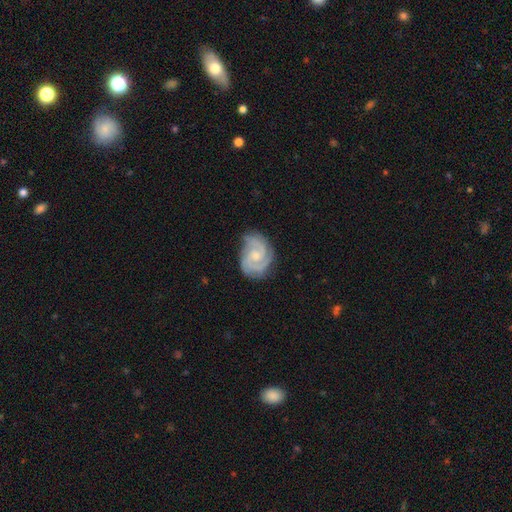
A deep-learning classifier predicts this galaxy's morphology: Smooth or featured?
  - featured or disk: 89% *
  - smooth: 6%
  - star or artifact: 4%
Edge-on disk?
  - no: 98% *
  - yes: 2%
Bar?
  - no: 63% *
  - weak: 32%
  - strong: 5%
Spiral arms?
  - yes: 98% *
  - no: 2%
Spiral winding?
  - tight: 60% *
  - medium: 35%
  - loose: 5%
Spiral arm count?
  - 2: 42% *
  - 3: 40%
  - can't tell: 7%
  - 4: 4%
  - 1: 3%
  - more than 4: 3%
Bulge size?
  - small: 57% *
  - moderate: 37%
  - none: 3%
  - large: 1%
  - dominant: 1%
Merging?
  - none: 75% *
  - minor disturbance: 19%
  - major disturbance: 5%
  - merger: 1%